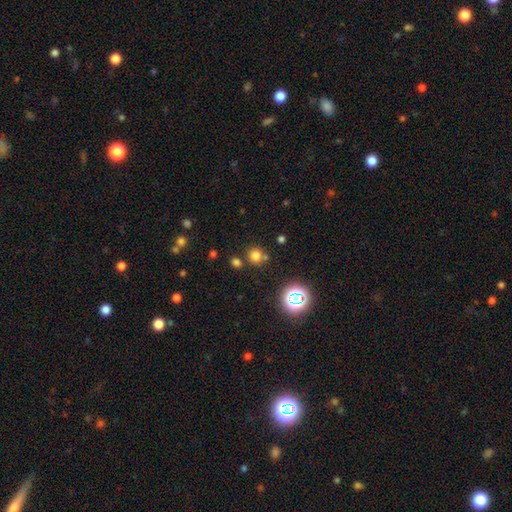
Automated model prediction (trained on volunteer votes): Smooth or featured: smooth — 72% (star or artifact — 22%)
How rounded: round — 89% (in between — 10%)
Merging: none — 74% (merger — 14%)